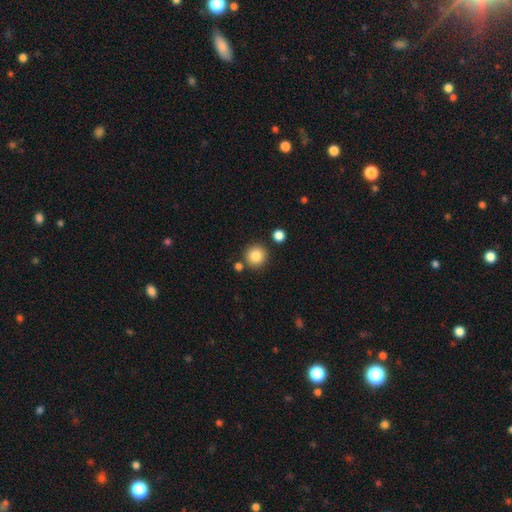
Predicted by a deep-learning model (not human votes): A smooth galaxy with no disk features (85%) that is round (94%). Merging: none (84%).